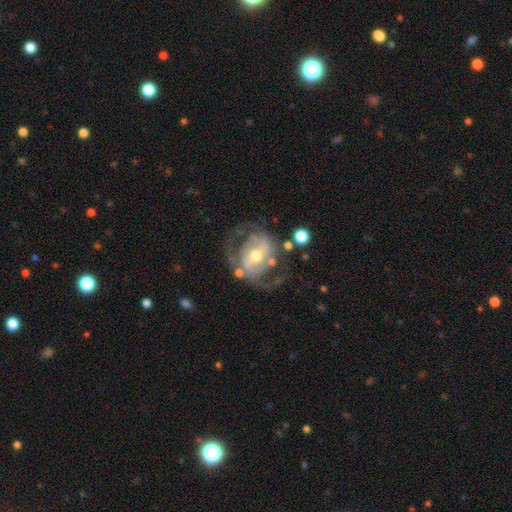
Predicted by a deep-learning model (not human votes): This is clearly a featured or disk galaxy (80%). It is clearly not viewed edge-on (96%). Bar: marginally weak (38%). Spiral arm pattern: likely yes (78%). Spiral arm count: likely 2 (80%). Spiral winding: possibly medium (49%). Central bulge: likely moderate (65%). Merging: likely none (60%).